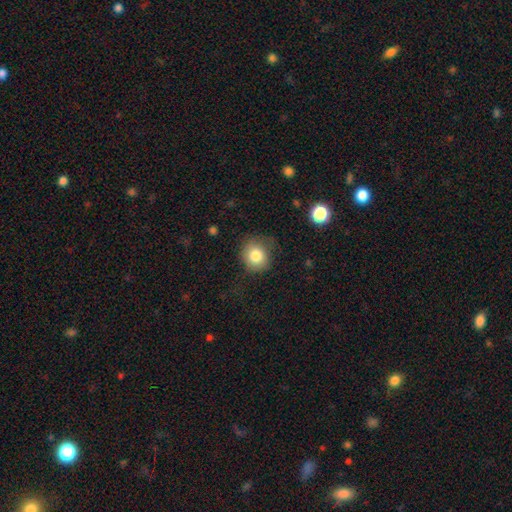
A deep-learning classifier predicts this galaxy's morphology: Overall: smooth (82%). How rounded: round (82%). Merging: none (70%).